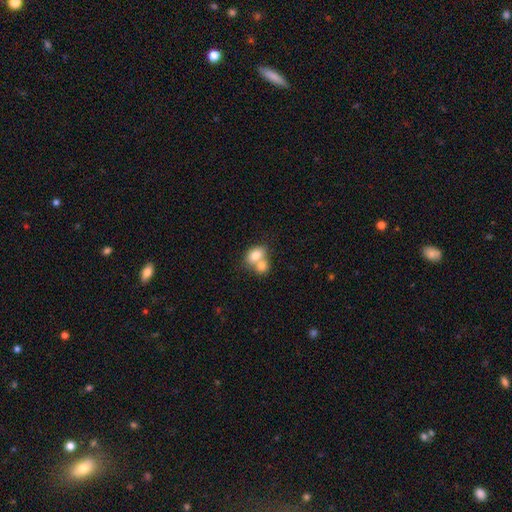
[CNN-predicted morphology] This is likely a smooth galaxy (78%). How rounded: likely in between (70%). Merging: likely merger (64%).